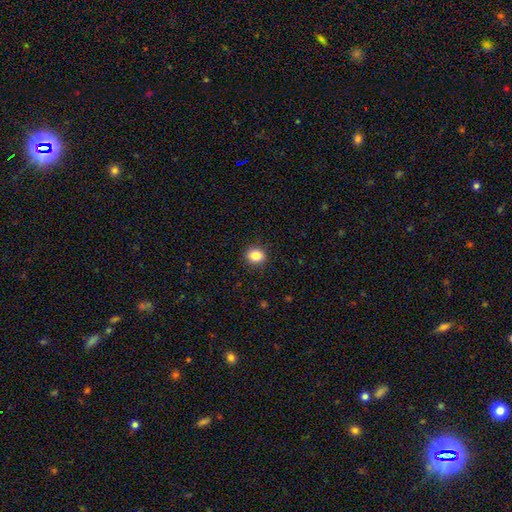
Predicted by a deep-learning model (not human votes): Smooth or featured: smooth — 85% (star or artifact — 10%)
How rounded: round — 67% (in between — 32%)
Merging: none — 91% (minor disturbance — 6%)